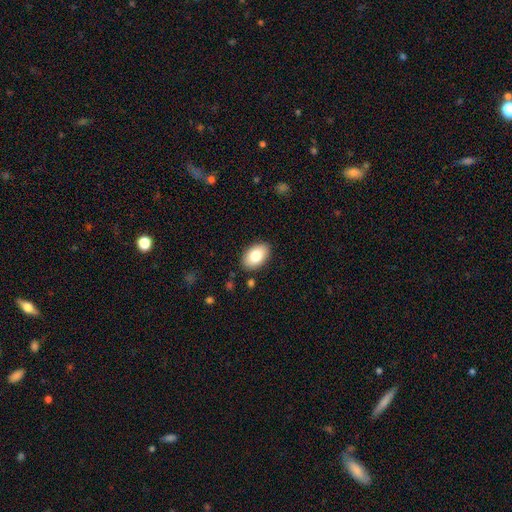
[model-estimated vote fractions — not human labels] This appears to be a smooth galaxy with no disk features (81%) that is in between round and cigar-shaped (91%). Merging: none (87%).